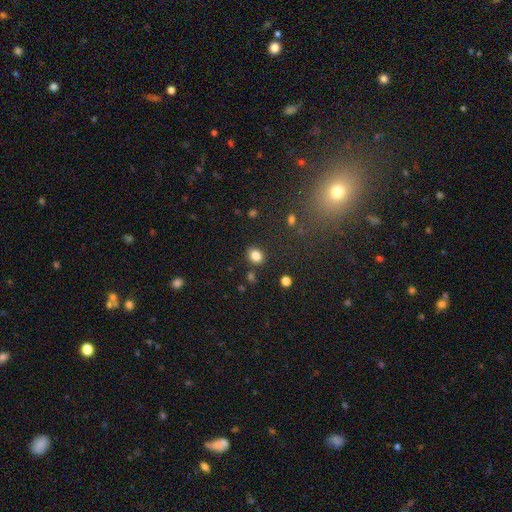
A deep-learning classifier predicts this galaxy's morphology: This is clearly a smooth galaxy (83%). How rounded: possibly in between (54%). Merging: clearly none (84%).